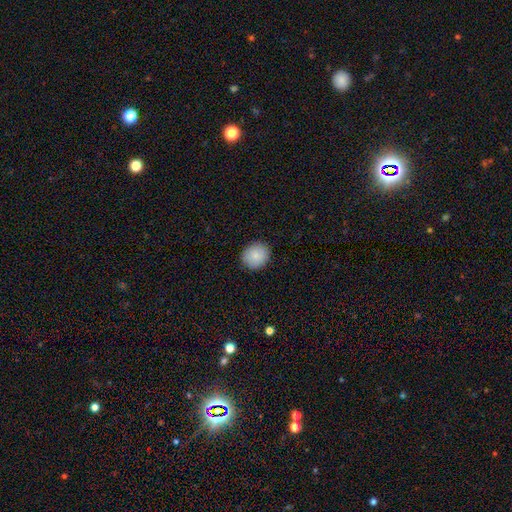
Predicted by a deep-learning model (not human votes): Smooth or featured? Predicted: smooth (p=0.87). How rounded? Predicted: round (p=0.80). Merging? Predicted: none (p=0.90).